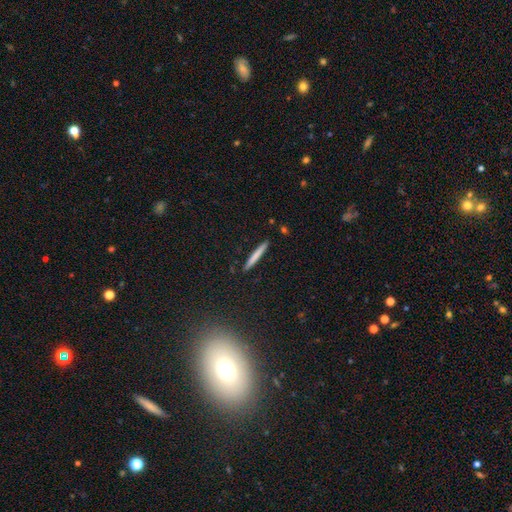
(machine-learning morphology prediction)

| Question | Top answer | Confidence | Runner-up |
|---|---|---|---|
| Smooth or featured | smooth | 72% | featured or disk (22%) |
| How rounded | cigar-shaped | 96% | in between (2%) |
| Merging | none | 91% | minor disturbance (7%) |